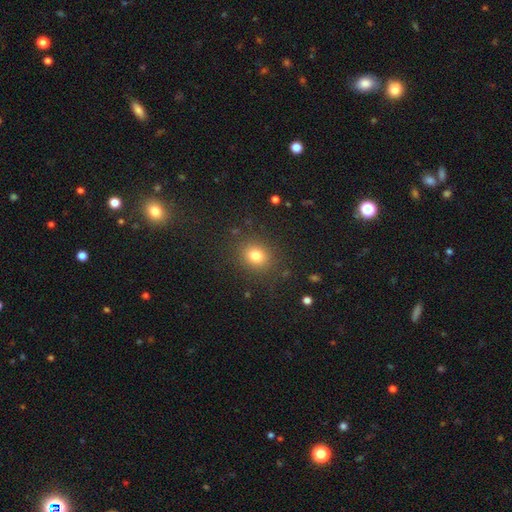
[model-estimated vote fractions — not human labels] This is likely a smooth galaxy (79%). How rounded: likely round (72%). Merging: clearly none (86%).